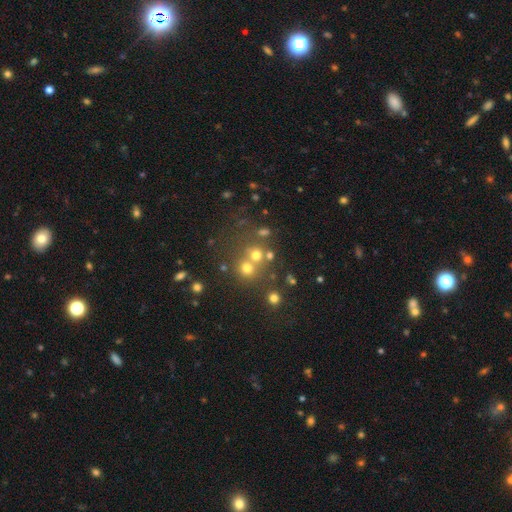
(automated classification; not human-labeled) smooth_or_featured: smooth (p=0.60) [alt: star or artifact p=0.26]
how_rounded: round (p=0.85) [alt: in between p=0.14]
merging: none (p=0.52) [alt: merger p=0.36]